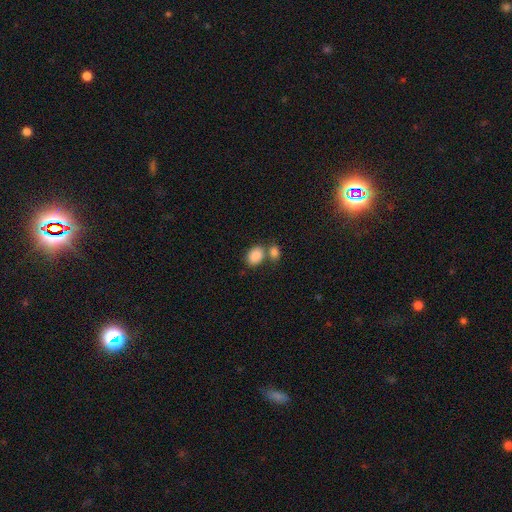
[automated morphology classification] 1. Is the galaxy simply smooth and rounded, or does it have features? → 87% smooth, 7% star or artifact, 5% featured or disk.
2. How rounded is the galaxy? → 74% in between, 25% round, 1% cigar-shaped.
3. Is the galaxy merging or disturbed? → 49% none, 36% merger, 11% minor disturbance, 4% major disturbance.